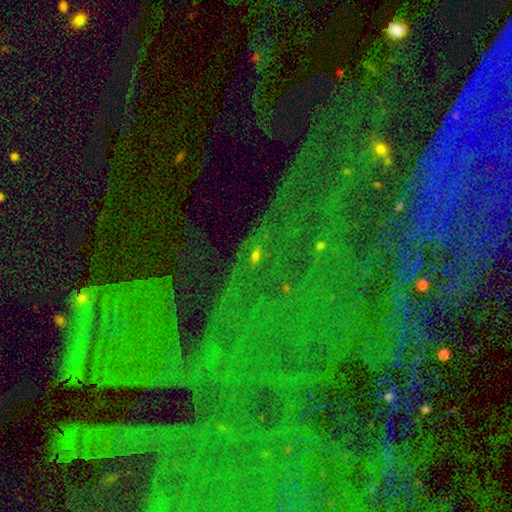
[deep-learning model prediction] Q: Smooth or featured?
A: star or artifact (46%); runner-up: smooth (33%)